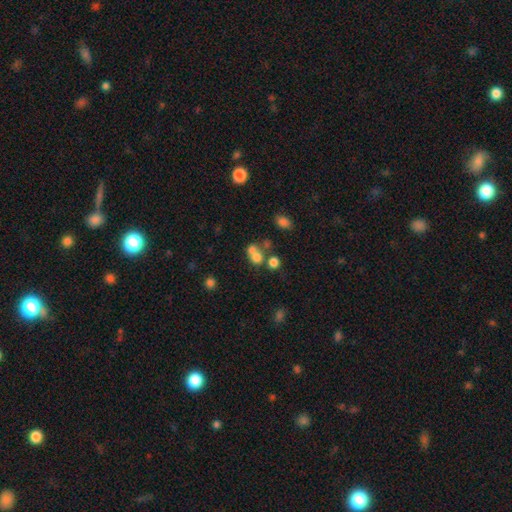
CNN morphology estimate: This appears to be a smooth galaxy with no disk features (67%) that is round (69%). Merging: merger (53%).